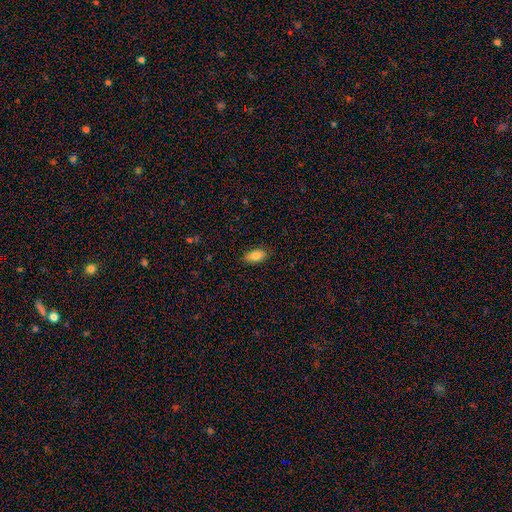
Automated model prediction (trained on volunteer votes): The model was most divided on "smooth or featured": smooth: 84%, featured or disk: 8%, star or artifact: 7%. More confident: how rounded — in between (92%); merging — none (87%).